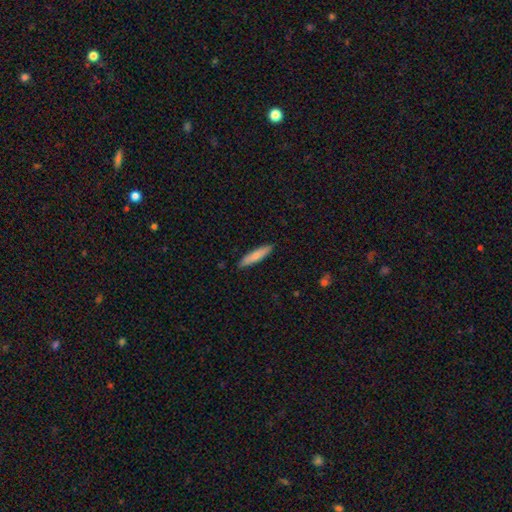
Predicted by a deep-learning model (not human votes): smooth_or_featured: smooth (p=0.77) [alt: featured or disk p=0.18]
how_rounded: cigar-shaped (p=0.82) [alt: in between p=0.17]
merging: none (p=0.88) [alt: minor disturbance p=0.09]